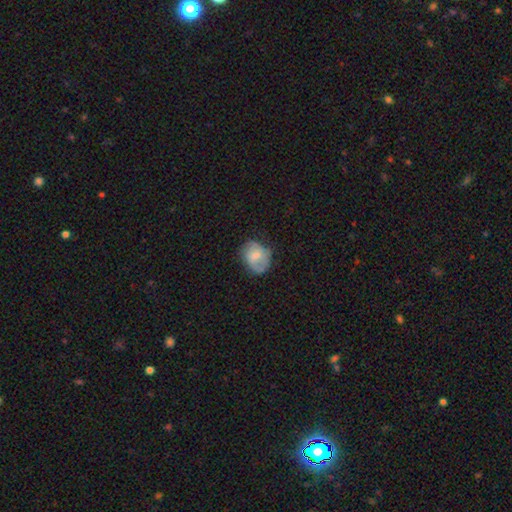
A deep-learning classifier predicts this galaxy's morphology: smooth_or_featured: smooth (p=0.51) [alt: featured or disk p=0.42]
how_rounded: in between (p=0.51) [alt: round p=0.48]
merging: none (p=0.59) [alt: minor disturbance p=0.28]